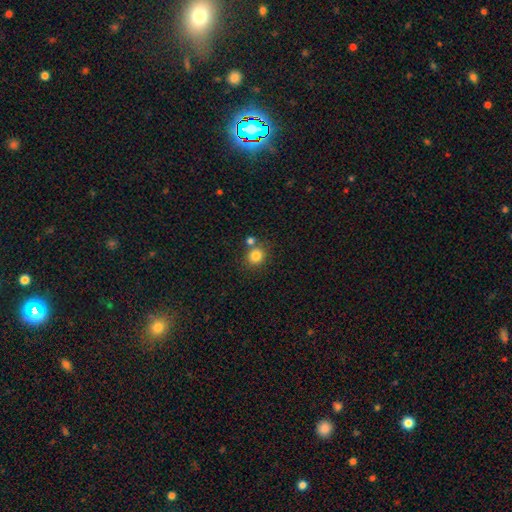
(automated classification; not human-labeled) smooth_or_featured: smooth (p=0.82) [alt: star or artifact p=0.12]
how_rounded: round (p=0.87) [alt: in between p=0.12]
merging: none (p=0.70) [alt: merger p=0.19]